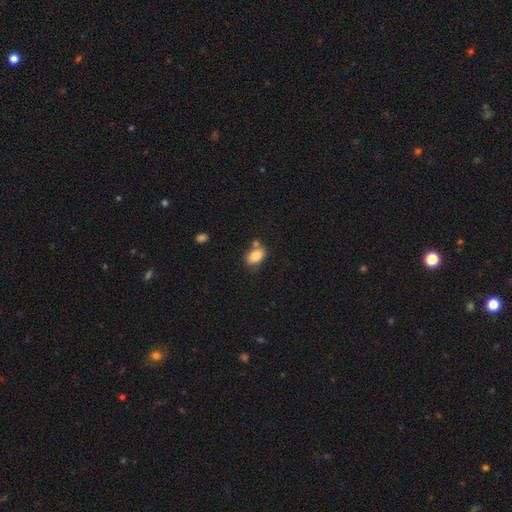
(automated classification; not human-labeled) A smooth galaxy with no disk features (83%) that is in between round and cigar-shaped (87%).

Vote fractions:
- Smooth or featured? smooth: 83% / featured or disk: 9% / star or artifact: 8%
- How rounded? in between: 87% / round: 12% / cigar-shaped: 2%
- Merging? none: 63% / merger: 18% / minor disturbance: 15% / major disturbance: 4%